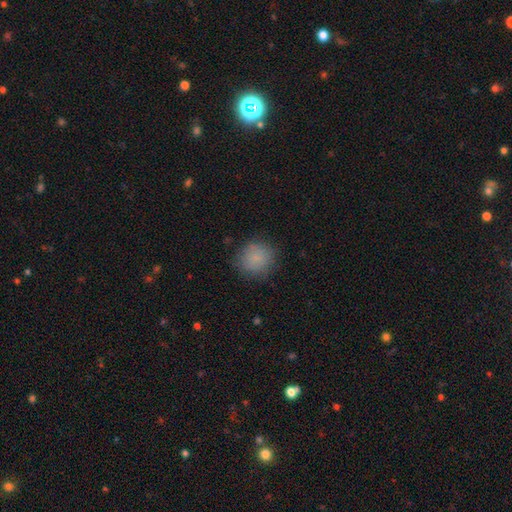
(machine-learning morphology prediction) The model was most divided on "smooth or featured": smooth: 83%, star or artifact: 11%, featured or disk: 6%. More confident: how rounded — round (89%); merging — none (84%).